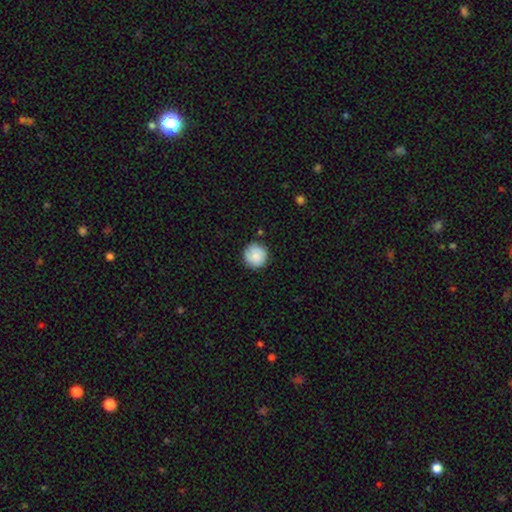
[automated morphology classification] This is likely a smooth galaxy (77%). How rounded: clearly round (95%). Merging: clearly none (83%).